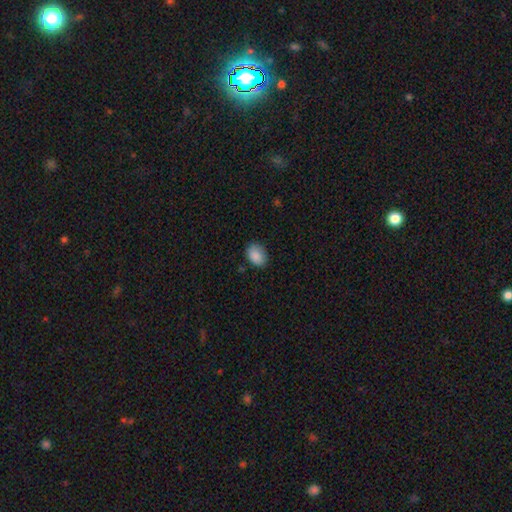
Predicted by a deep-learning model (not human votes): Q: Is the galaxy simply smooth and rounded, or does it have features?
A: smooth — 89%.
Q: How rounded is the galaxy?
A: in between — 77%.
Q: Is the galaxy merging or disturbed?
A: none — 82%.